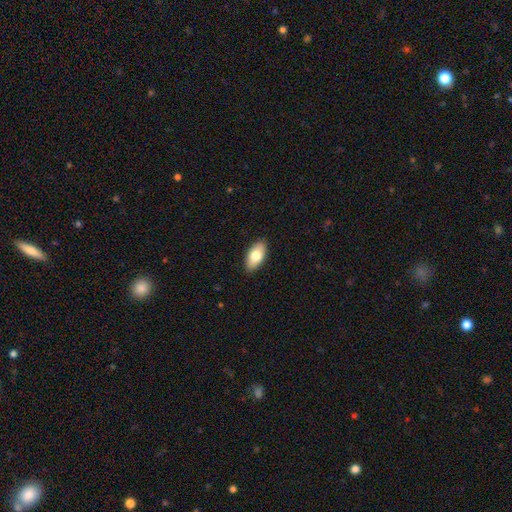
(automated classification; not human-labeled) A smooth galaxy with no disk features (78%) that is in between round and cigar-shaped (91%).

Vote fractions:
- Smooth or featured? smooth: 78% / featured or disk: 16% / star or artifact: 6%
- How rounded? in between: 91% / cigar-shaped: 6% / round: 3%
- Merging? none: 89% / minor disturbance: 8% / major disturbance: 2% / merger: 1%